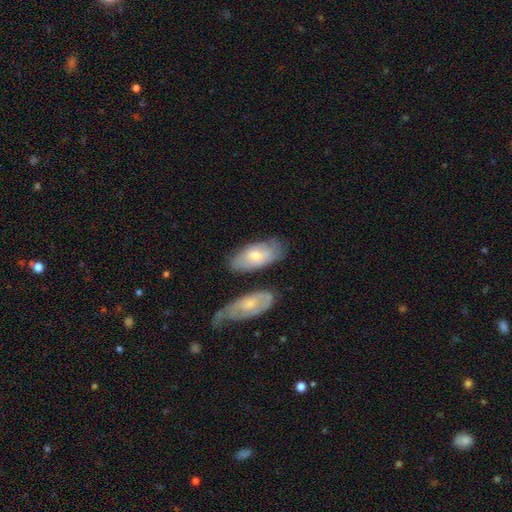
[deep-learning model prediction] Overall: smooth (52%; featured or disk 42%). How rounded: in between (89%). Merging: none (62%).